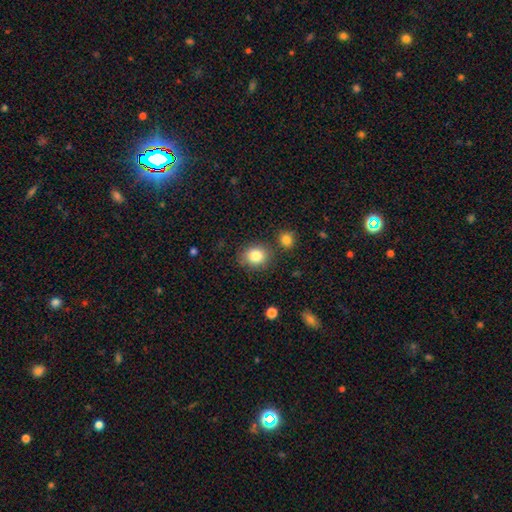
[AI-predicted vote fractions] Morphology: type=smooth (84%); roundness=round (73%); merging=none (79%).